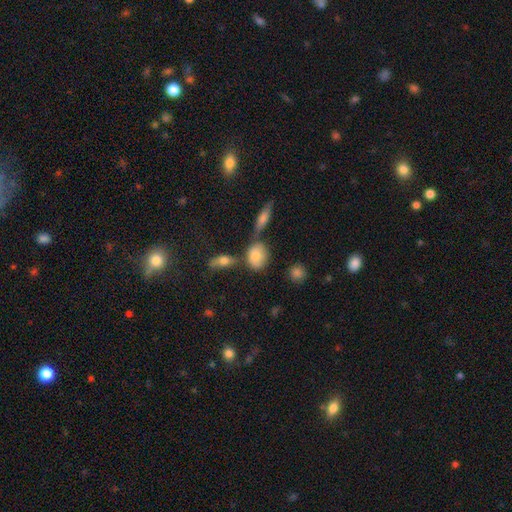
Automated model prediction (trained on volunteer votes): A smooth galaxy with no disk features (80%) that is in between round and cigar-shaped (64%). Merging: none (55%).